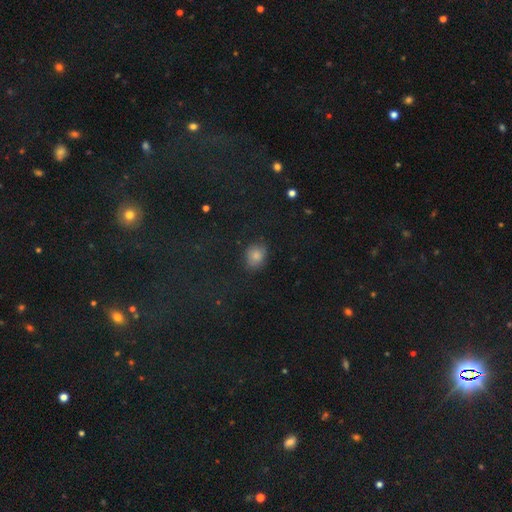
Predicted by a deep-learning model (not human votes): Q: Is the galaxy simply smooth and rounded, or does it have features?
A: smooth — 74%.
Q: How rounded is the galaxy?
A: round — 57%.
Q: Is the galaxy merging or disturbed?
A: none — 78%.